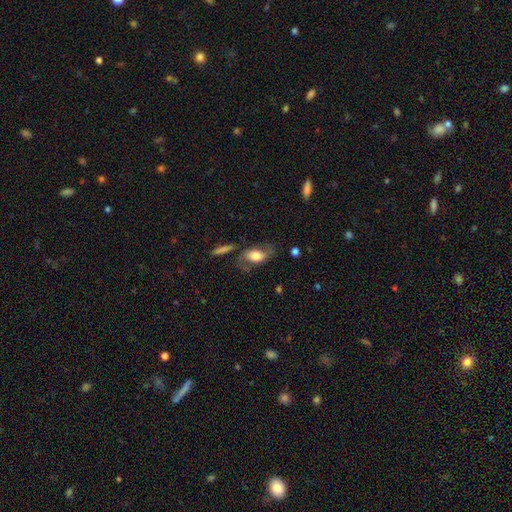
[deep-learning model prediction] This is possibly a smooth galaxy (55%). How rounded: clearly in between (87%). Merging: possibly none (58%).